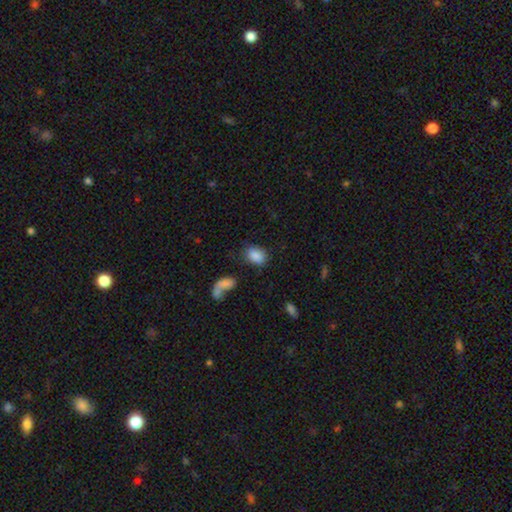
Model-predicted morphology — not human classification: Q: Smooth or featured?
A: smooth (86%); runner-up: star or artifact (8%)
Q: How rounded?
A: in between (78%); runner-up: round (20%)
Q: Merging?
A: none (72%); runner-up: minor disturbance (14%)